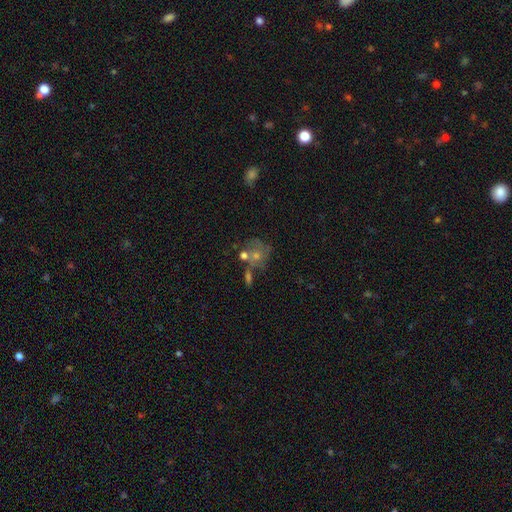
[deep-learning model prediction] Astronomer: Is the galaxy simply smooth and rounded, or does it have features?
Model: featured or disk — 46% (runner-up: smooth, 31%).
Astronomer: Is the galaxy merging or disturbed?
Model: none — 46% (runner-up: merger, 25%).